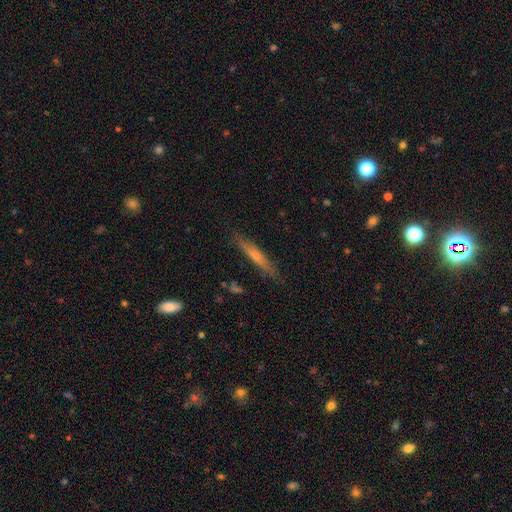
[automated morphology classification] This is possibly a smooth galaxy (56%). How rounded: clearly cigar-shaped (93%). Merging: clearly none (83%).